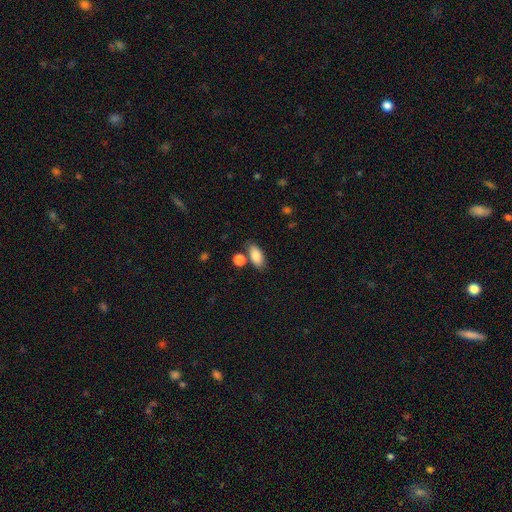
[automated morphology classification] Smooth or featured: smooth — 85% (featured or disk — 7%)
How rounded: in between — 88% (cigar-shaped — 7%)
Merging: none — 72% (merger — 12%)